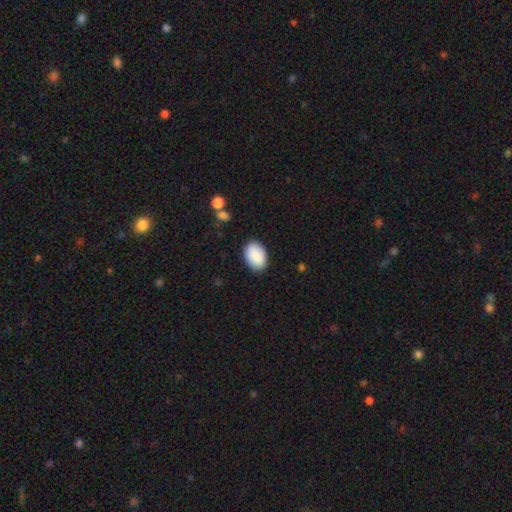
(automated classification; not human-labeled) Morphology: type=smooth (90%); roundness=in between (88%); merging=none (87%).